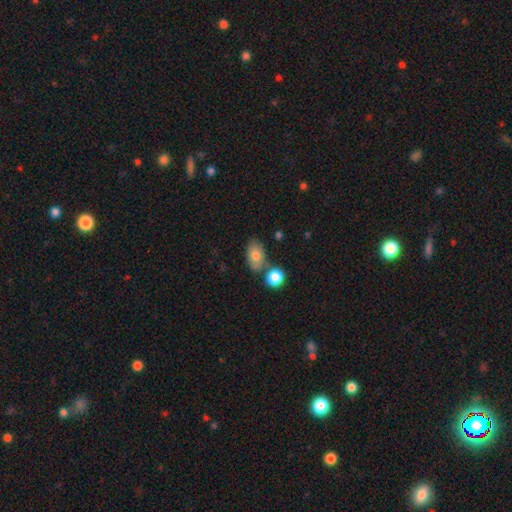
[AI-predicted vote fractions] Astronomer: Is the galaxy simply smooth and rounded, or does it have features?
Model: smooth — 76%.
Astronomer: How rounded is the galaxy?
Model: in between — 85%.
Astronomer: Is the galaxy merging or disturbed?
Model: none — 61%.